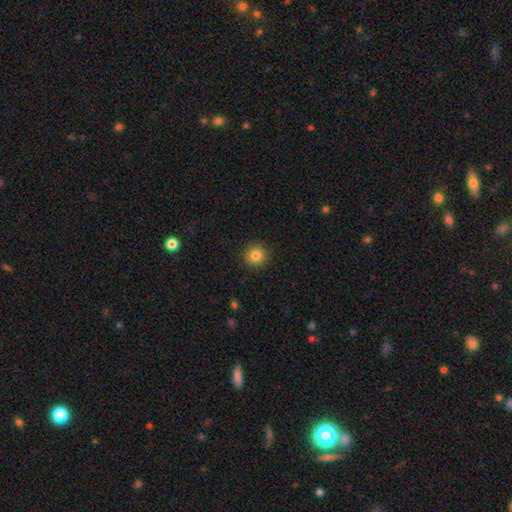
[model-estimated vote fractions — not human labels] smooth_or_featured: smooth (p=0.84) [alt: star or artifact p=0.10]
how_rounded: round (p=0.93) [alt: in between p=0.06]
merging: none (p=0.91) [alt: minor disturbance p=0.06]